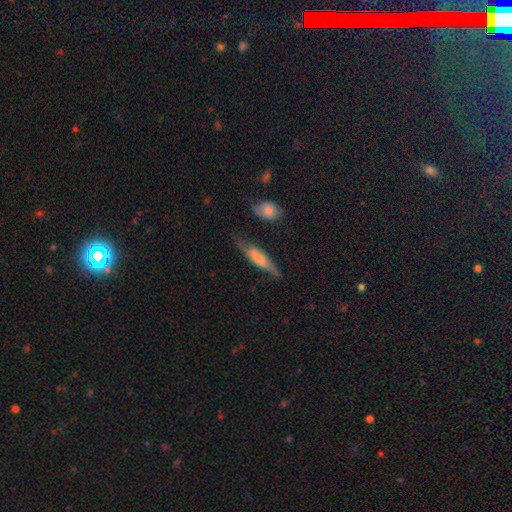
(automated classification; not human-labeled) Smooth or featured? smooth (46%, tied with featured or disk)
Merging? none (62%)